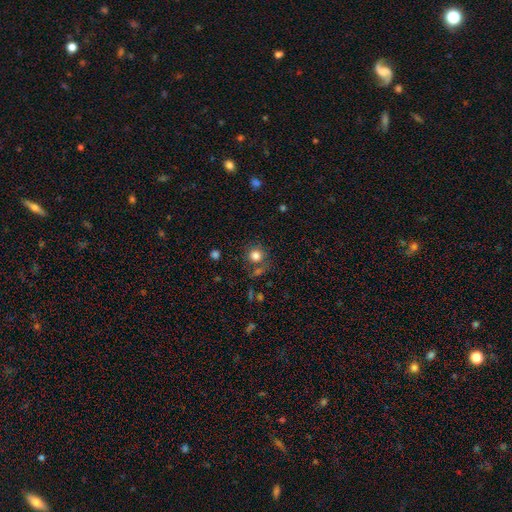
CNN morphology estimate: This appears to be a smooth galaxy with no disk features (81%) that is round (88%). Merging: none (70%).